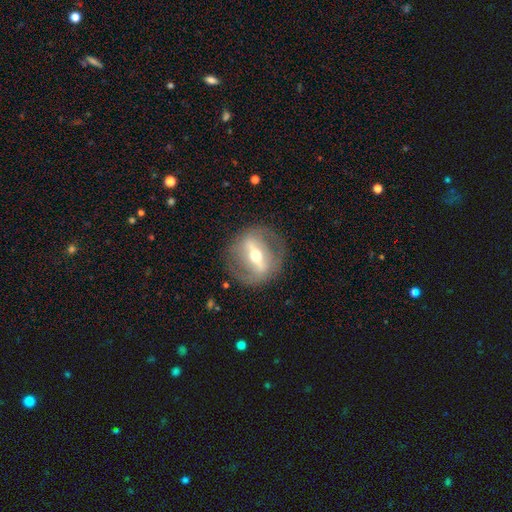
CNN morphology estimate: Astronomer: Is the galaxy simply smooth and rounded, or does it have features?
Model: featured or disk — 78%.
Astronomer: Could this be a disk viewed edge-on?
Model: no — 73%.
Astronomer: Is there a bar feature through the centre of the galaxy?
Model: strong — 76%.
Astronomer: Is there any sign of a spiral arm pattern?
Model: no — 62% (runner-up: yes, 38%).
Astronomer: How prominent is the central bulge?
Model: moderate — 69%.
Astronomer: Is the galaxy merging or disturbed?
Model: none — 82%.